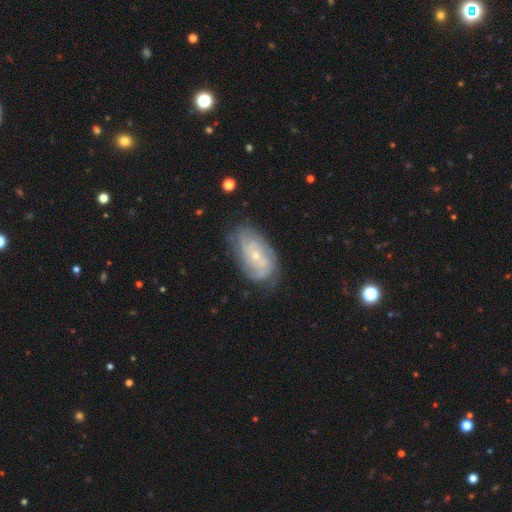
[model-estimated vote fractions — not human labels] A featured or disk galaxy (71%) with no bar (71%), tight (54%) spiral arms (86%) and a small central bulge (74%).

Vote fractions:
- Smooth or featured? featured or disk: 71% / smooth: 22% / star or artifact: 8%
- Edge-on disk? no: 94% / yes: 6%
- Bar? no: 71% / weak: 24% / strong: 5%
- Spiral arms? yes: 86% / no: 14%
- Spiral winding? tight: 54% / medium: 32% / loose: 14%
- Spiral arm count? can't tell: 47% / 2: 22% / 3: 13% / 4: 9% / more than 4: 5% / 1: 4%
- Bulge size? small: 74% / moderate: 23% / none: 2% / large: 1% / dominant: 1%
- Merging? none: 69% / minor disturbance: 22% / major disturbance: 7% / merger: 2%